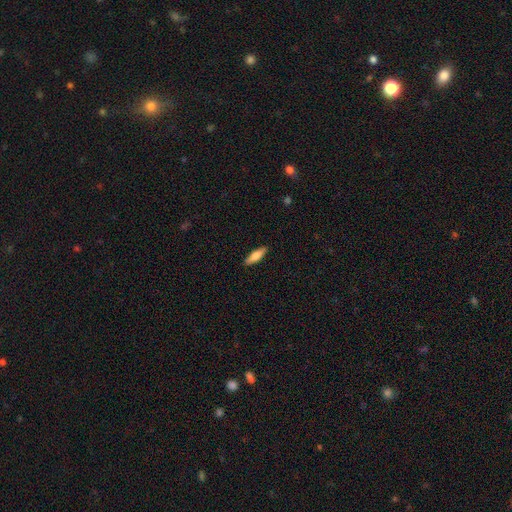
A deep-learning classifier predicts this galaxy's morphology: Q: Smooth or featured?
A: smooth (70%); runner-up: featured or disk (24%)
Q: How rounded?
A: cigar-shaped (59%); runner-up: in between (39%)
Q: Merging?
A: none (89%); runner-up: minor disturbance (8%)